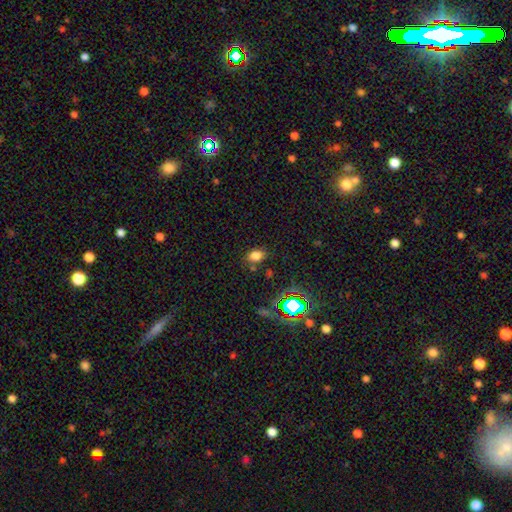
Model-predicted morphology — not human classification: smooth 74%, star or artifact 19%, featured or disk 7%. Down the decision tree: how rounded — in between (71%); merging — none (76%).